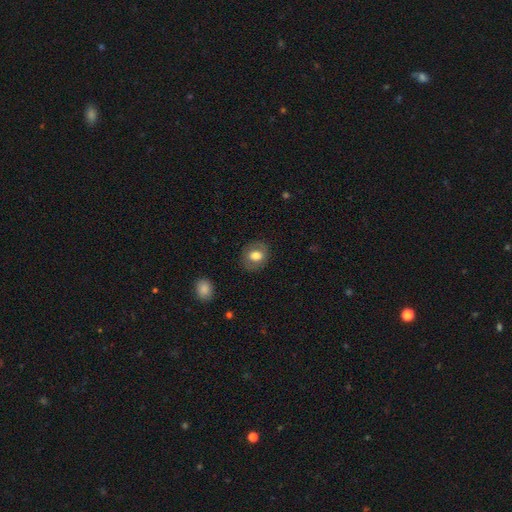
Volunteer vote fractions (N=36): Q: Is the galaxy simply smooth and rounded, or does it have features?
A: smooth — 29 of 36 (81%).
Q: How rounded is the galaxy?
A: round — 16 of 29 (55%).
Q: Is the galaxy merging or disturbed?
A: none — 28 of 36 (78%).